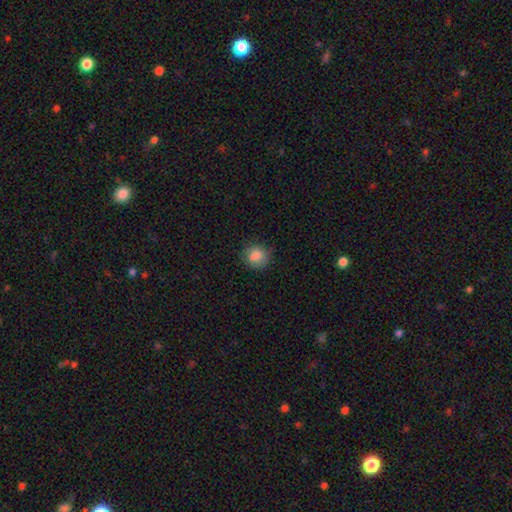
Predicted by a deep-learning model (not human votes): Overall: smooth (84%). How rounded: round (80%). Merging: none (79%).